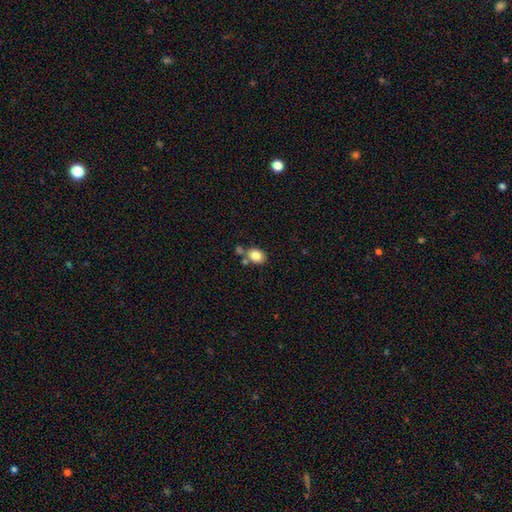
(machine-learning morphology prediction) A smooth galaxy with no disk features (83%) that is in between round and cigar-shaped (60%).

Vote fractions:
- Smooth or featured? smooth: 83% / star or artifact: 9% / featured or disk: 9%
- How rounded? in between: 60% / round: 39% / cigar-shaped: 1%
- Merging? none: 63% / merger: 20% / minor disturbance: 13% / major disturbance: 4%